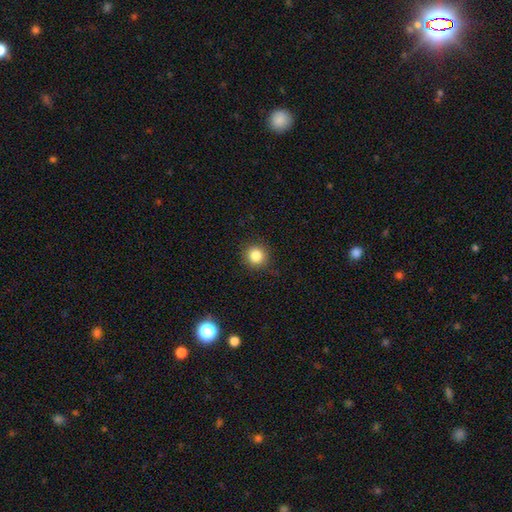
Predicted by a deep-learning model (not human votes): This is clearly a smooth galaxy (84%). How rounded: clearly round (94%). Merging: clearly none (89%).